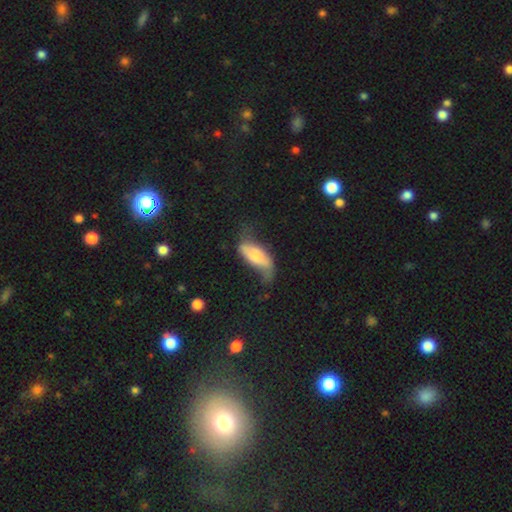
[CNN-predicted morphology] Overall: smooth (57%; featured or disk 36%). How rounded: in between (75%). Merging: minor disturbance (34%; none 33%).